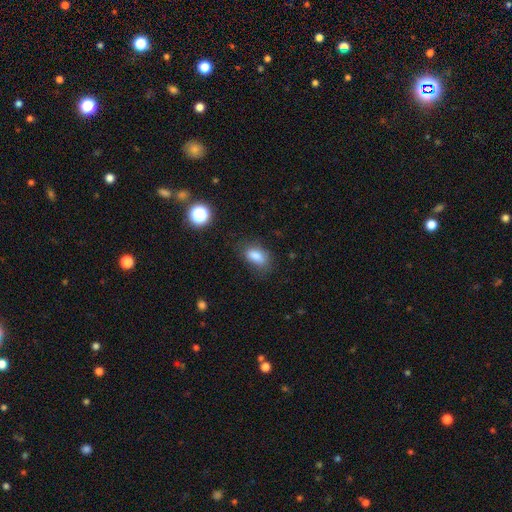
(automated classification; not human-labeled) smooth 83%, star or artifact 10%, featured or disk 7%. Down the decision tree: how rounded — in between (86%); merging — none (70%).